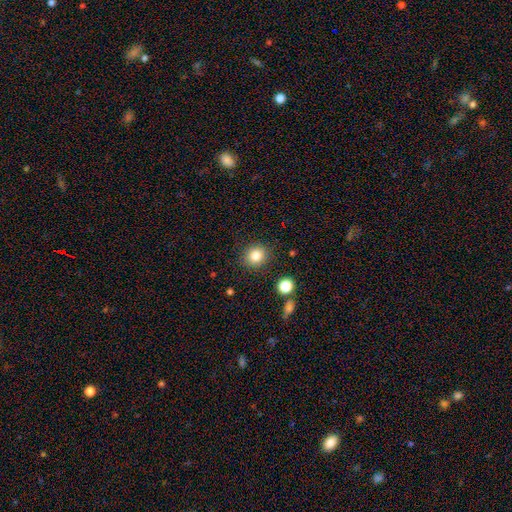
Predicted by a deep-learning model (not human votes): This appears to be a smooth galaxy with no disk features (83%) that is round (84%). Merging: none (88%).